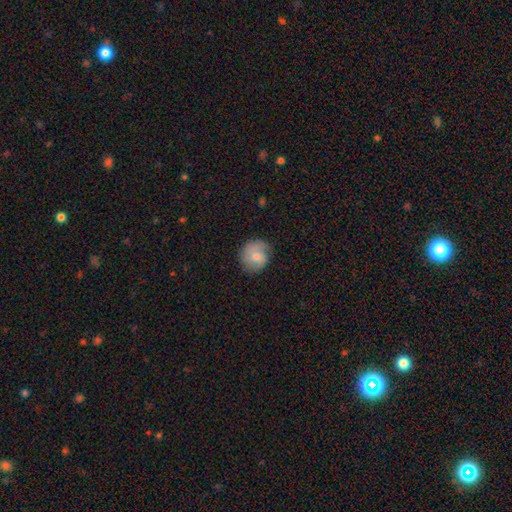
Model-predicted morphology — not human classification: This appears to be a smooth galaxy with no disk features (68%) that is round (81%). Merging: none (71%).